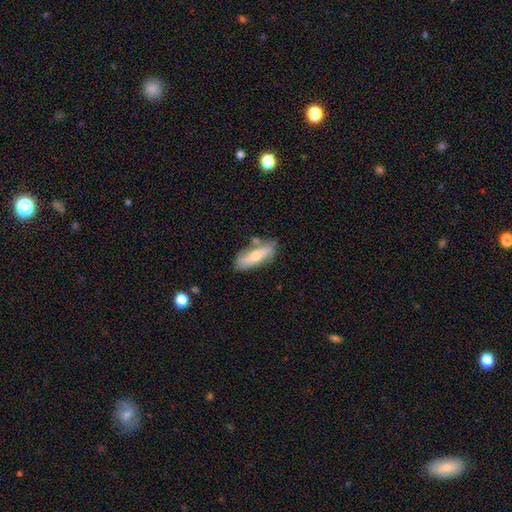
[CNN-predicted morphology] A smooth galaxy with no disk features (60%) that is in between round and cigar-shaped (51%).

Vote fractions:
- Smooth or featured? smooth: 60% / featured or disk: 34% / star or artifact: 6%
- How rounded? in between: 51% / cigar-shaped: 46% / round: 2%
- Merging? none: 65% / minor disturbance: 19% / merger: 12% / major disturbance: 5%